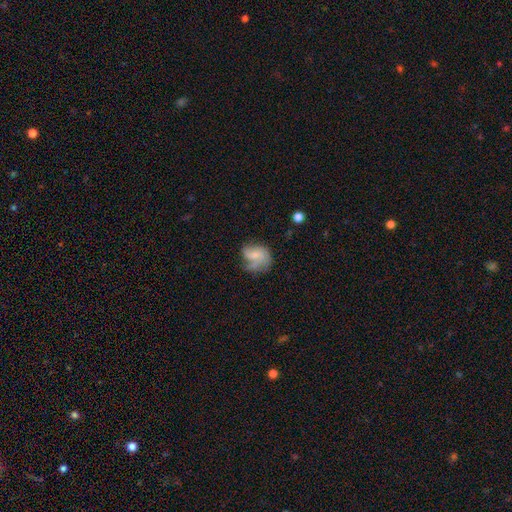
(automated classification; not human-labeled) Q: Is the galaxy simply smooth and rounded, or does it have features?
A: featured or disk — 54%.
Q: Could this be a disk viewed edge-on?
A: no — 98%.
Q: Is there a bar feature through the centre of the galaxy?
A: no — 58%.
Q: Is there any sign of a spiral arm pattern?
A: yes — 81%.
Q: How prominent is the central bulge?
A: small — 46%.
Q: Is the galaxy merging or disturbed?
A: none — 39%.